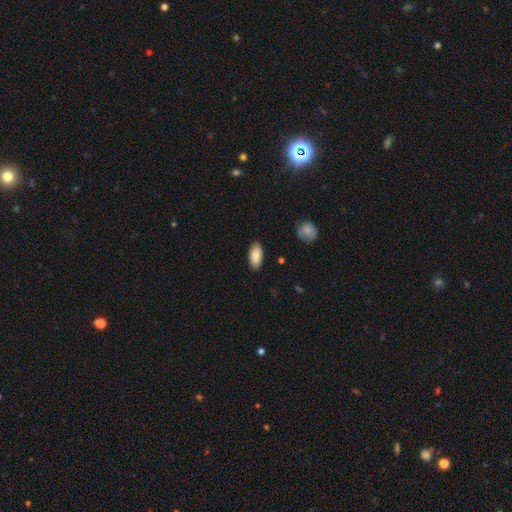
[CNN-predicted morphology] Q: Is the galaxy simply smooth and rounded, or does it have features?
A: smooth — 86%.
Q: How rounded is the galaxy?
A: in between — 90%.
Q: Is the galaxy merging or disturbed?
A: none — 88%.